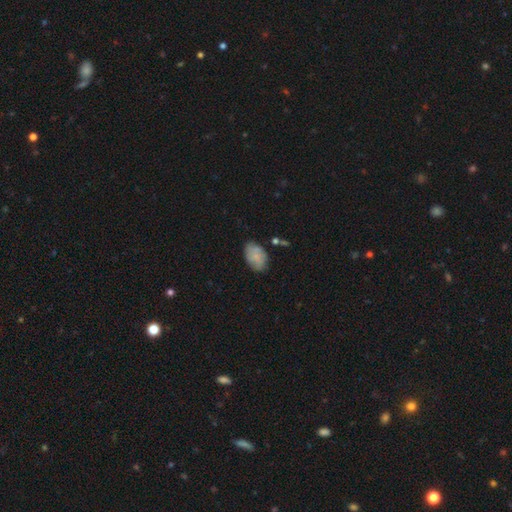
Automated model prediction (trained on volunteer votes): This appears to be a smooth galaxy with no disk features (73%) that is in between round and cigar-shaped (89%). Merging: none (69%).